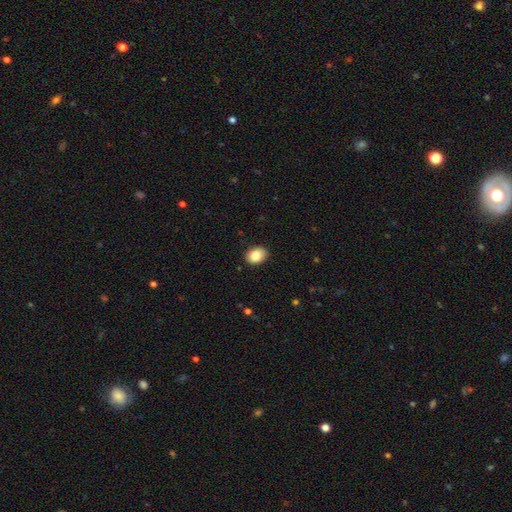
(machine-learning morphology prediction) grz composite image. It shows a smooth galaxy with no disk features (88%) that is in between round and cigar-shaped (62%). Merging: none (89%).